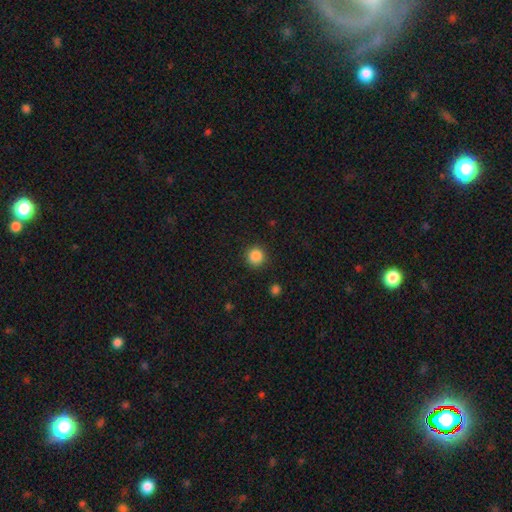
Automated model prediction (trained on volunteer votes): The model was most divided on "smooth or featured": smooth: 86%, star or artifact: 11%, featured or disk: 3%. More confident: how rounded — round (94%); merging — none (90%).